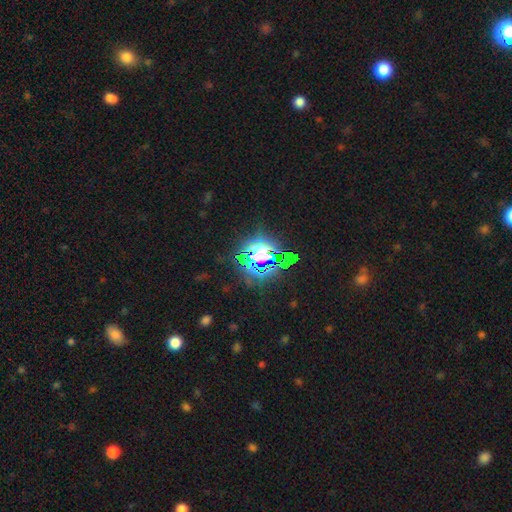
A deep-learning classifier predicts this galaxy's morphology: Smooth or featured? star or artifact (73%)